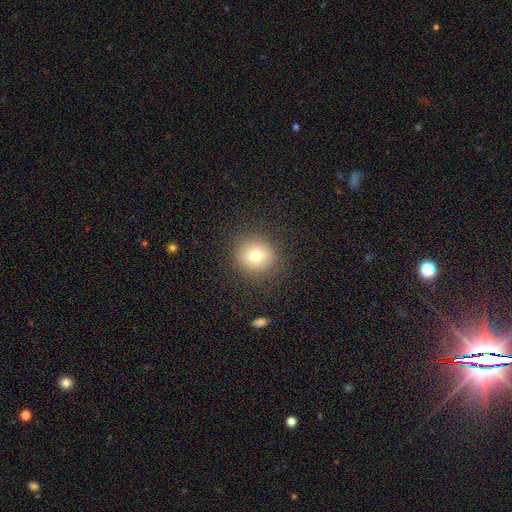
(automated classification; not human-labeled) Overall: smooth (73%). How rounded: round (87%). Merging: none (87%).